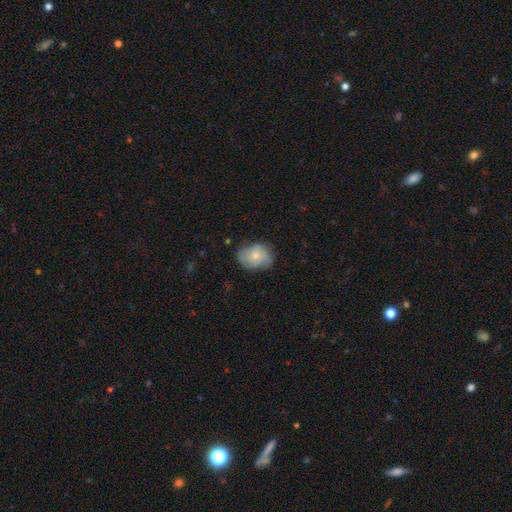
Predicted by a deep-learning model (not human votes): smooth_or_featured: smooth (p=0.61) [alt: featured or disk p=0.32]
how_rounded: in between (p=0.59) [alt: round p=0.40]
merging: none (p=0.64) [alt: minor disturbance p=0.27]